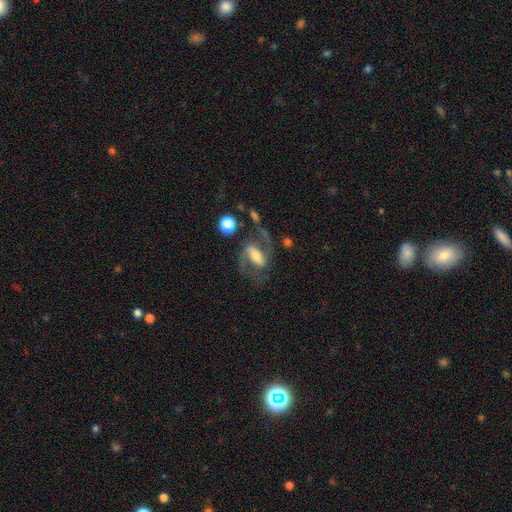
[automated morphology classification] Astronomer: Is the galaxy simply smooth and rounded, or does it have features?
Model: featured or disk — 85%.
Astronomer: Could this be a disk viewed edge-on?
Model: no — 96%.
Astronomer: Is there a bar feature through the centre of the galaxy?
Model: strong — 52% (runner-up: weak, 34%).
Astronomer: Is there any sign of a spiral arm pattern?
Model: yes — 95%.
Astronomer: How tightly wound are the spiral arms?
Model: medium — 53% (runner-up: loose, 34%).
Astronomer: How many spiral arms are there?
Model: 2 — 91%.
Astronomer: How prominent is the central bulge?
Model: moderate — 55%.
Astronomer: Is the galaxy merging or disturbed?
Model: none — 63%.